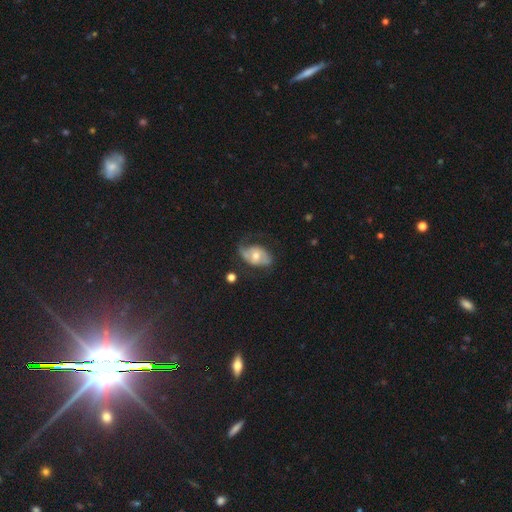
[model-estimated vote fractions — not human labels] Overall: featured or disk (60%; smooth 33%). Edge-on disk: no (94%). Bar: no (61%; weak 29%). Spiral arms: yes (73%). Bulge size: moderate (66%; small 26%). Merging: none (47%; minor disturbance 29%).